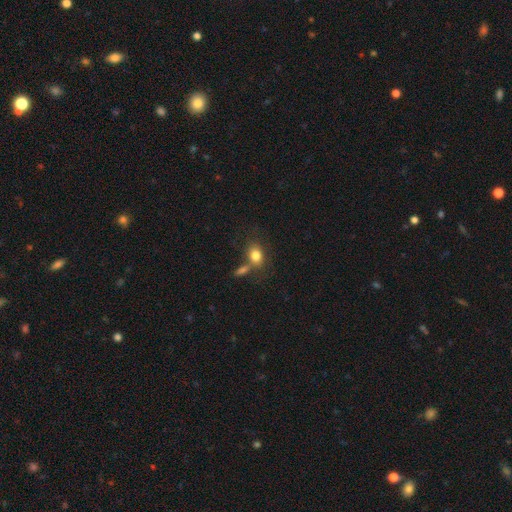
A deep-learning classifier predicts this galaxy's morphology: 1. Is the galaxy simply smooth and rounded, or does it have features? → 80% smooth, 10% featured or disk, 9% star or artifact.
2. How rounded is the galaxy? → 62% in between, 37% round, 2% cigar-shaped.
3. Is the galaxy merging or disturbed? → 50% none, 30% merger, 14% minor disturbance, 6% major disturbance.